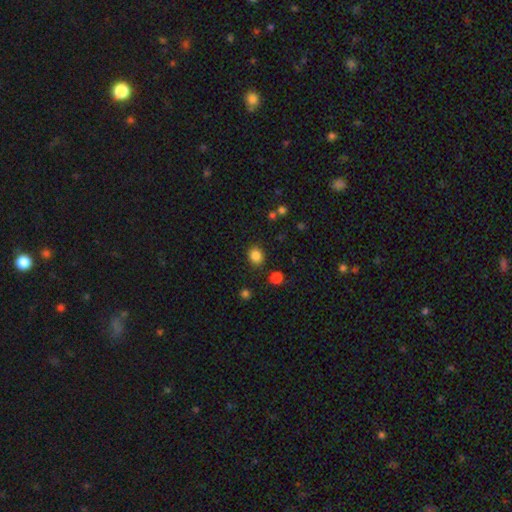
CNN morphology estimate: type=smooth (85%); roundness=round (66%); merging=none (86%).